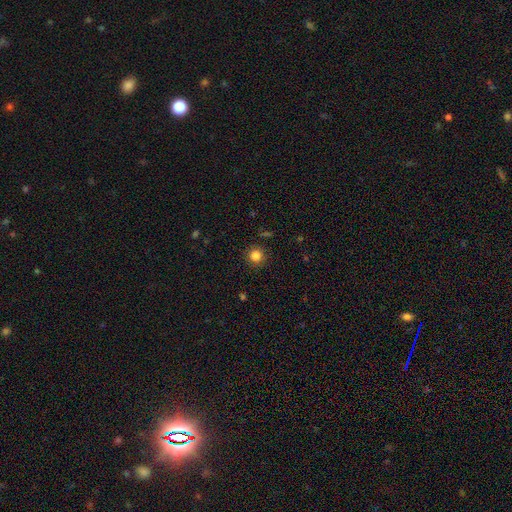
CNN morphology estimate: This is clearly a smooth galaxy (84%). How rounded: clearly round (93%). Merging: clearly none (90%).